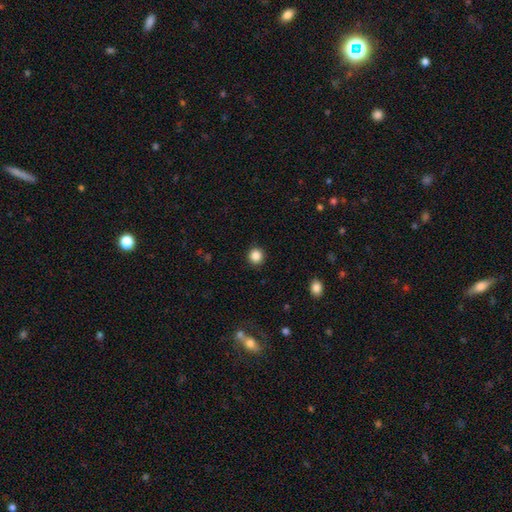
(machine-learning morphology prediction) smooth_or_featured: smooth (p=0.86) [alt: star or artifact p=0.11]
how_rounded: round (p=0.92) [alt: in between p=0.07]
merging: none (p=0.91) [alt: minor disturbance p=0.06]